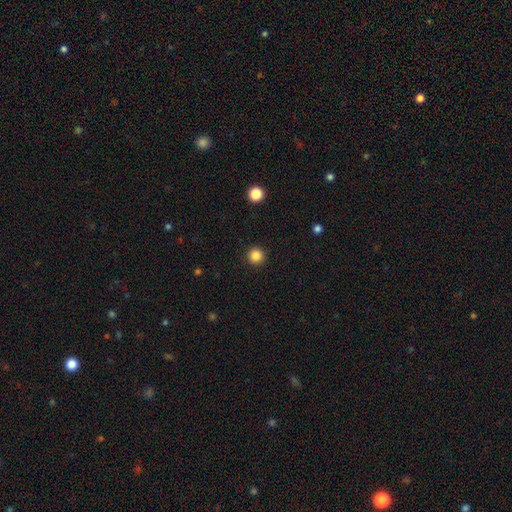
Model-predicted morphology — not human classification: Overall: smooth (85%). How rounded: round (96%). Merging: none (93%).